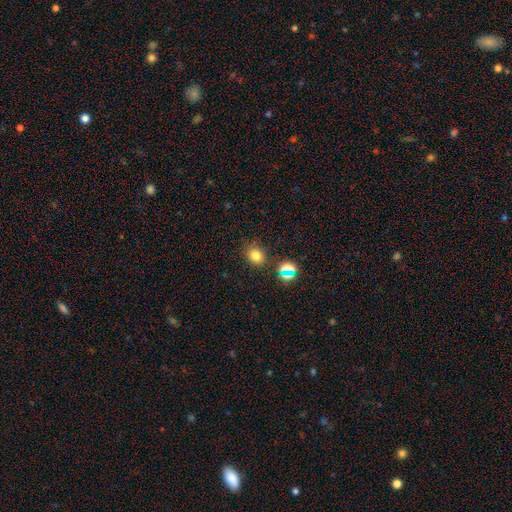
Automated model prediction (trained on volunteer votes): A smooth galaxy with no disk features (73%) that is round (62%).

Vote fractions:
- Smooth or featured? smooth: 73% / star or artifact: 19% / featured or disk: 7%
- How rounded? round: 62% / in between: 37% / cigar-shaped: 1%
- Merging? none: 79% / minor disturbance: 12% / merger: 5% / major disturbance: 4%